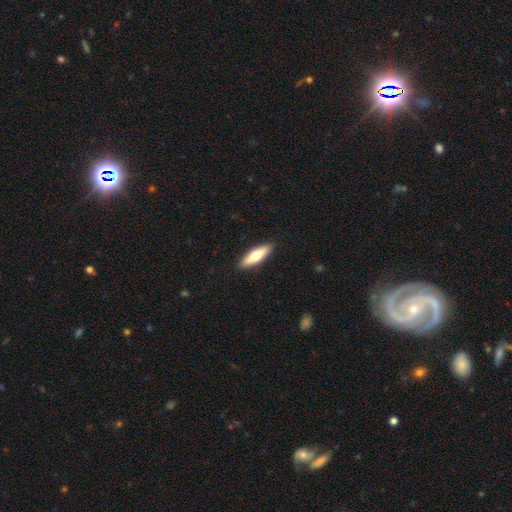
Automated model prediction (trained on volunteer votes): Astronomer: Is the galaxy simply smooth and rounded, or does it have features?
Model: smooth — 63%.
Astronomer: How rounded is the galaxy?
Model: cigar-shaped — 59% (runner-up: in between, 39%).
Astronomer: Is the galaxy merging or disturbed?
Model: none — 90%.